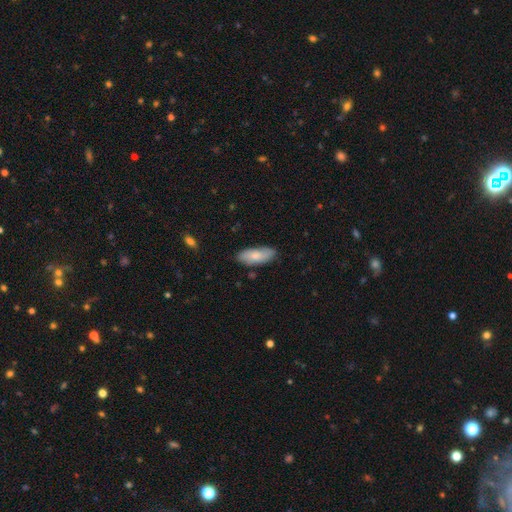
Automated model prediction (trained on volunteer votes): Smooth or featured? smooth (77%)
How rounded? in between (82%)
Merging? none (80%)